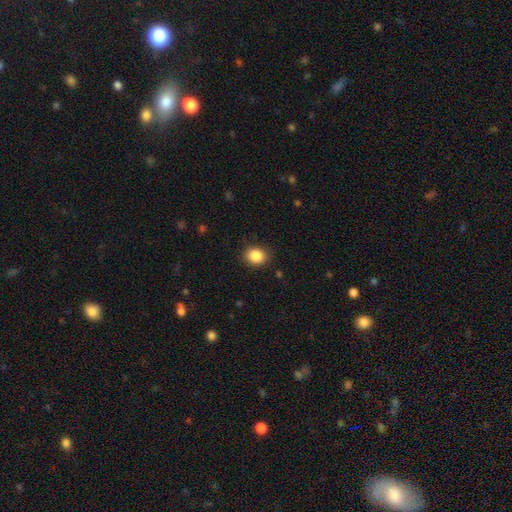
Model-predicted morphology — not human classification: A smooth galaxy with no disk features (87%) that is round (55%).

Vote fractions:
- Smooth or featured? smooth: 87% / star or artifact: 9% / featured or disk: 4%
- How rounded? round: 55% / in between: 44% / cigar-shaped: 1%
- Merging? none: 87% / minor disturbance: 9% / major disturbance: 3% / merger: 1%